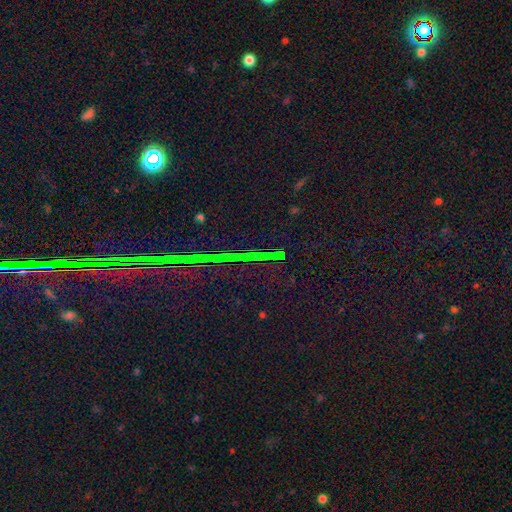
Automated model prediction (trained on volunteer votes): Smooth or featured: star or artifact — 84% (featured or disk — 8%)